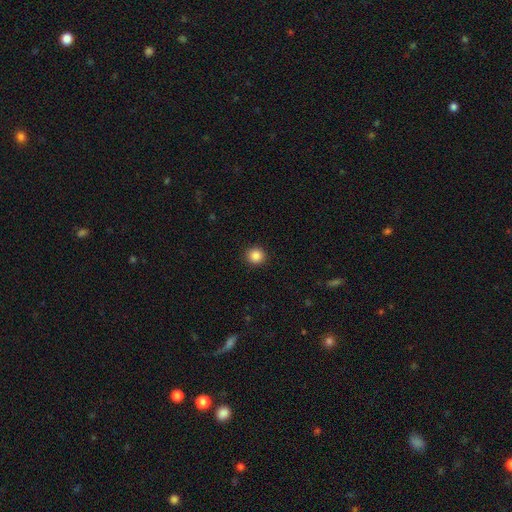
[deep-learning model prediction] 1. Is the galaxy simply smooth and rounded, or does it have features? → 86% smooth, 10% star or artifact, 4% featured or disk.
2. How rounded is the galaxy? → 93% round, 6% in between, 1% cigar-shaped.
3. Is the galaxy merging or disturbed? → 93% none, 5% minor disturbance, 2% major disturbance, 1% merger.